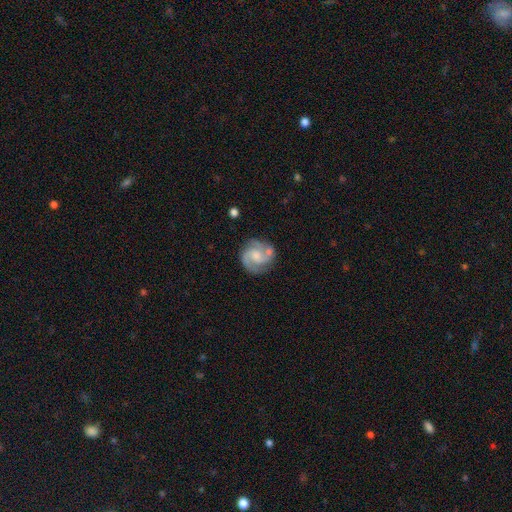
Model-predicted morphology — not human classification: The model was most divided on "bulge size": moderate: 39%, small: 36%, none: 17%, large: 6%, dominant: 1%. More confident: edge-on disk — no (98%); spiral arms — yes (96%); smooth or featured — featured or disk (82%); spiral arm count — 2 (71%); merging — none (70%); bar — no (52%); spiral winding — medium (51%).